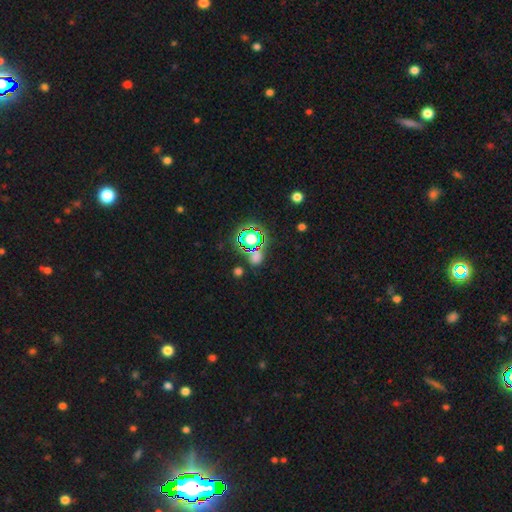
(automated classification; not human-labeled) Smooth or featured: star or artifact — 52% (smooth — 39%)